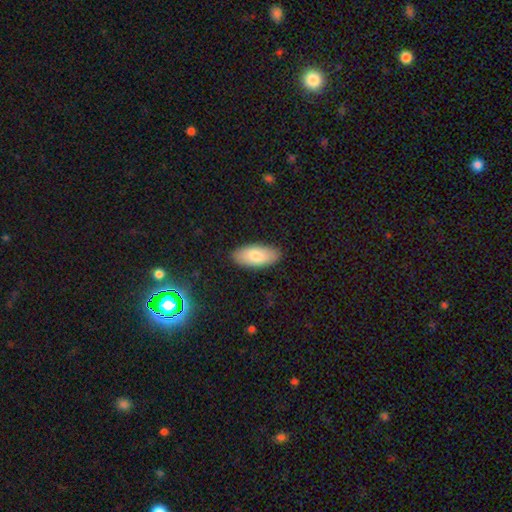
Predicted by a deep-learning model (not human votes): This is likely a smooth galaxy (79%). How rounded: clearly in between (90%). Merging: clearly none (87%).